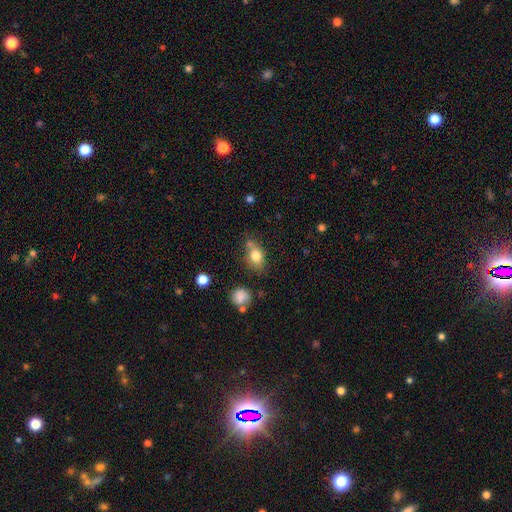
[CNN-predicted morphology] smooth-or-featured: smooth: 78% | featured or disk: 12% | star or artifact: 10%
  how-rounded: in between: 67% | round: 29% | cigar-shaped: 3%
  merging: none: 57% | minor disturbance: 24% | merger: 12% | major disturbance: 7%